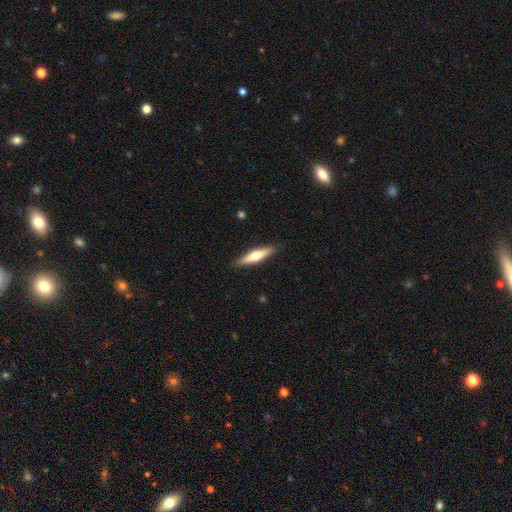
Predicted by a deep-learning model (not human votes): A smooth galaxy with no disk features (48%). Merging: none (89%).